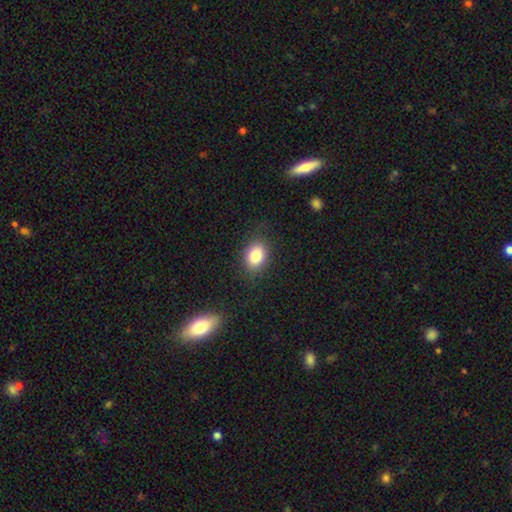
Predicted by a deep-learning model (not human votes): smooth_or_featured: smooth (p=0.82) [alt: star or artifact p=0.09]
how_rounded: in between (p=0.68) [alt: round p=0.30]
merging: none (p=0.83) [alt: minor disturbance p=0.12]